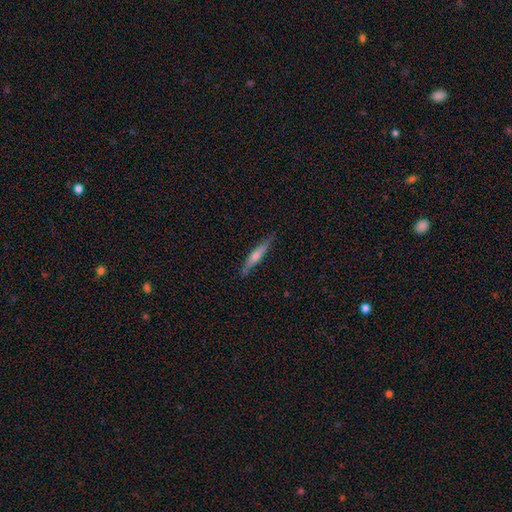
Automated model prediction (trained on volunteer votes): Overall: featured or disk (62%; smooth 31%). Edge-on disk: yes (96%). Edge-on bulge: rounded (71%). Merging: none (87%).